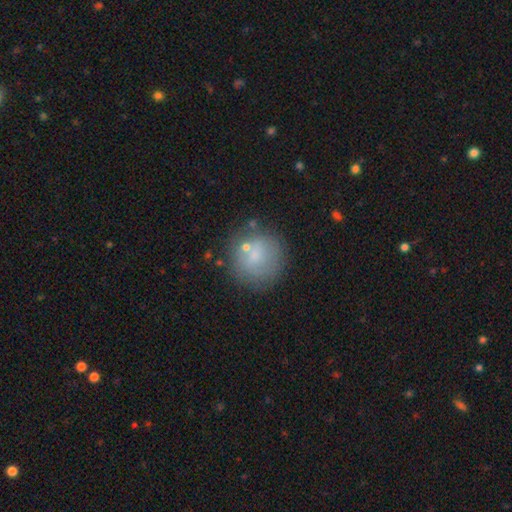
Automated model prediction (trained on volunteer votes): Smooth or featured: smooth — 69% (featured or disk — 20%)
How rounded: round — 91% (in between — 8%)
Merging: none — 69% (minor disturbance — 16%)